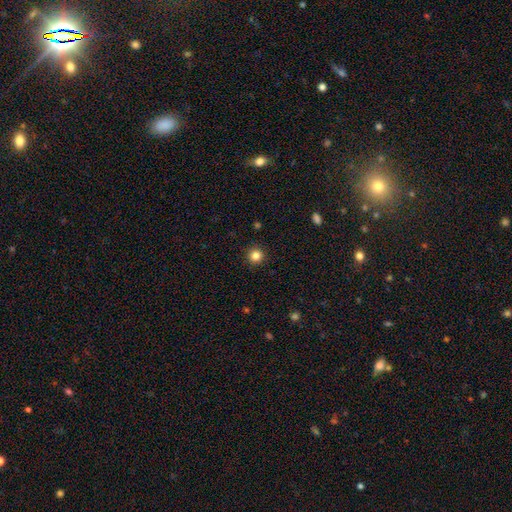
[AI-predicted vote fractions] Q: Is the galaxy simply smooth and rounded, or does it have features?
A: smooth — 83%.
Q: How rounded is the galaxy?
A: round — 95%.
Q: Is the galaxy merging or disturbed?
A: none — 92%.